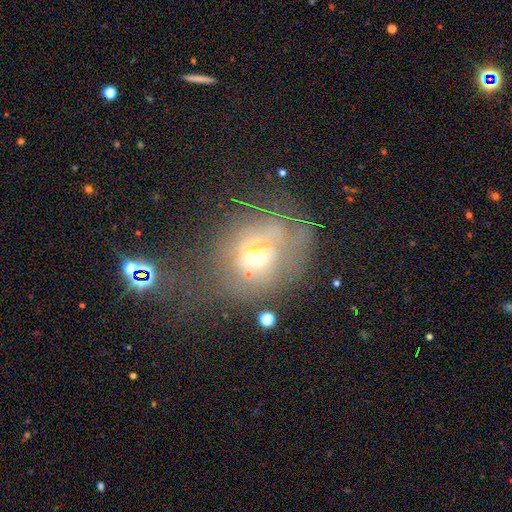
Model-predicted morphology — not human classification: featured or disk 50%, smooth 35%, star or artifact 15%. Down the decision tree: edge-on disk — no (93%); merging — none (38%).